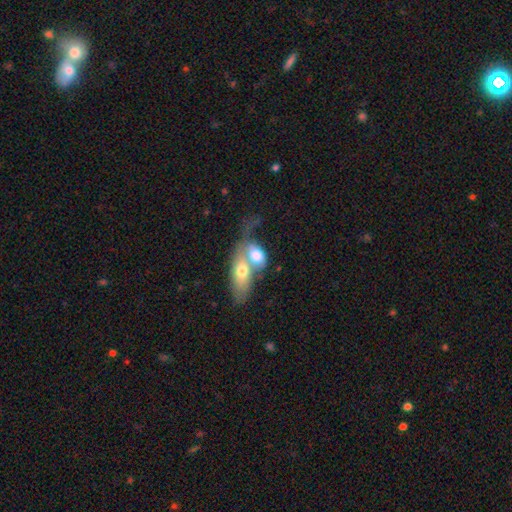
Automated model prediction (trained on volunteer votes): Smooth or featured? smooth (65%)
How rounded? in between (81%)
Merging? merger (75%)